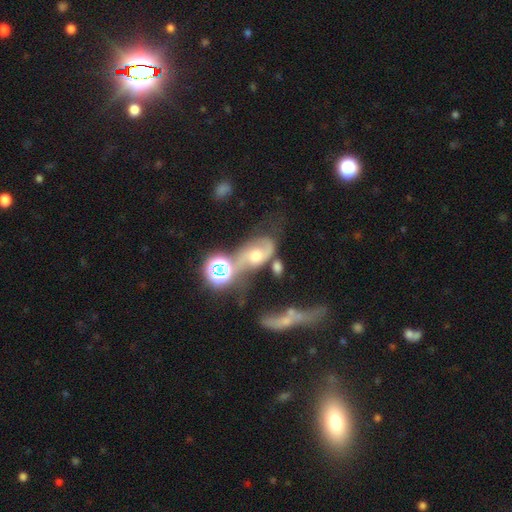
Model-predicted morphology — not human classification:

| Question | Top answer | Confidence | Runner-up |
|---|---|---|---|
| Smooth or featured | featured or disk | 58% | smooth (25%) |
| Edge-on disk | no | 93% | yes (7%) |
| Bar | no | 67% | weak (24%) |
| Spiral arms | yes | 75% | no (25%) |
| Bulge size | moderate | 65% | small (17%) |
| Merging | merger | 34% | none (27%) |